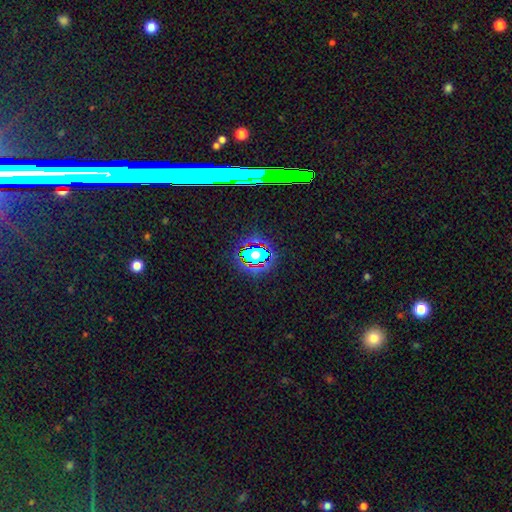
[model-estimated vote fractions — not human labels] Smooth or featured?
  - star or artifact: 54% *
  - smooth: 31%
  - featured or disk: 15%